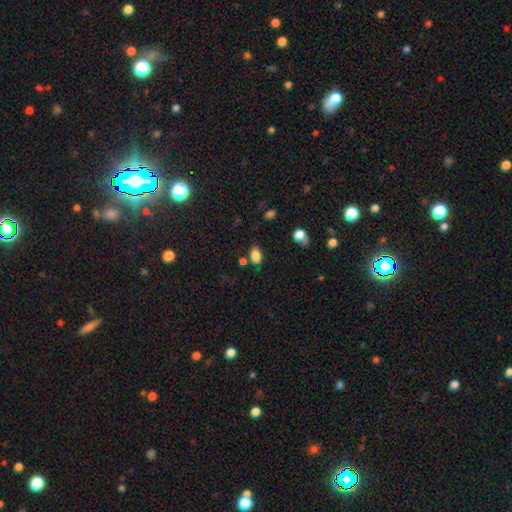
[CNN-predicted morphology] Smooth or featured: smooth — 83% (star or artifact — 10%)
How rounded: in between — 86% (round — 12%)
Merging: none — 73% (minor disturbance — 16%)